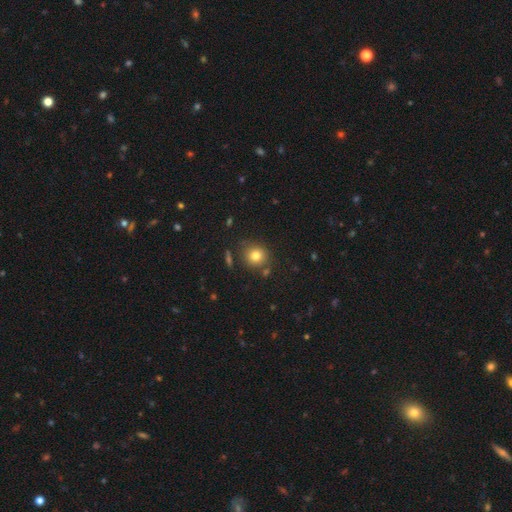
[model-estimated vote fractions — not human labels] This is likely a smooth galaxy (79%). How rounded: clearly round (85%). Merging: likely none (80%).